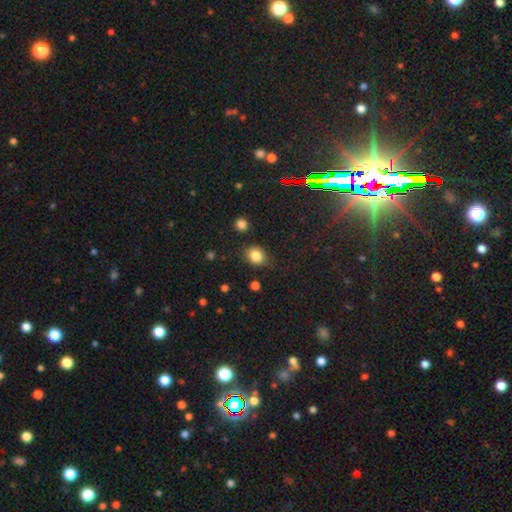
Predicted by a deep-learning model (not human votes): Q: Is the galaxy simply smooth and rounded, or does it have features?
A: smooth — 84%.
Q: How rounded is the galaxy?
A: round — 56%.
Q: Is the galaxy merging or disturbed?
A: none — 80%.